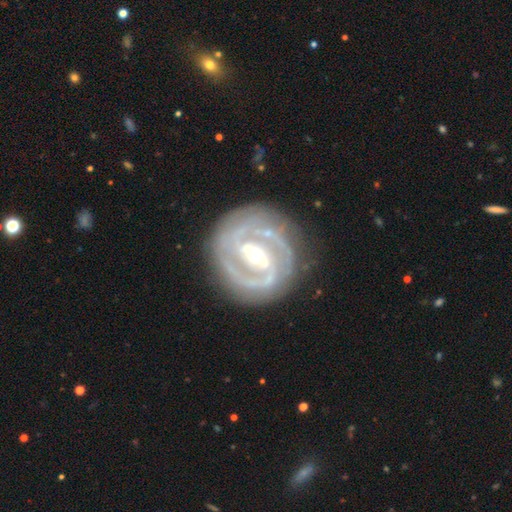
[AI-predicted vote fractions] Overall: featured or disk (90%). Edge-on disk: no (97%). Bar: strong (63%; weak 29%). Spiral arms: yes (96%). Spiral arm count: 2 (62%). Spiral winding: tight (63%; medium 31%). Bulge size: moderate (68%). Merging: none (80%).